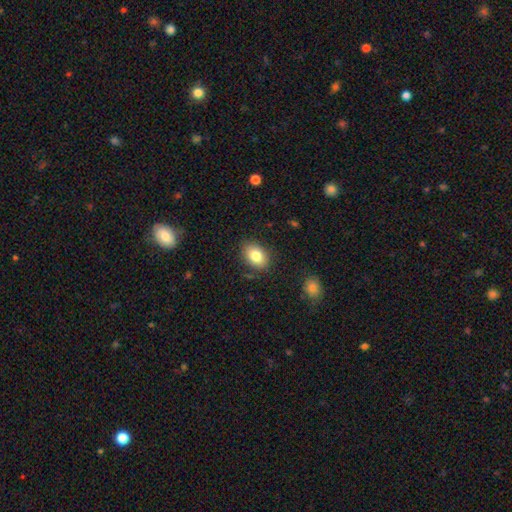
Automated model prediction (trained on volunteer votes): Smooth or featured? smooth (82%)
How rounded? in between (80%)
Merging? none (84%)